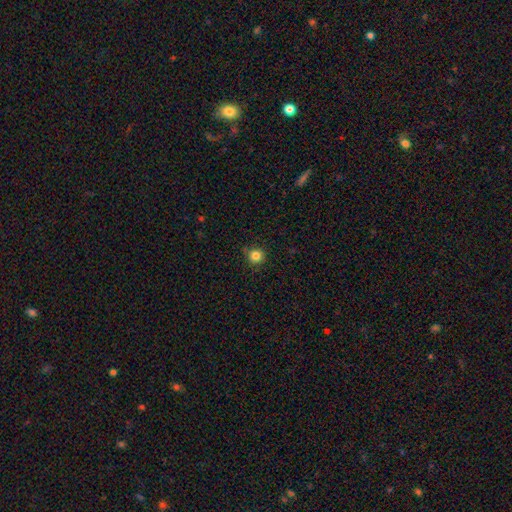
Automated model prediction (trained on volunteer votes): This is clearly a smooth galaxy (83%). How rounded: clearly round (94%). Merging: clearly none (85%).